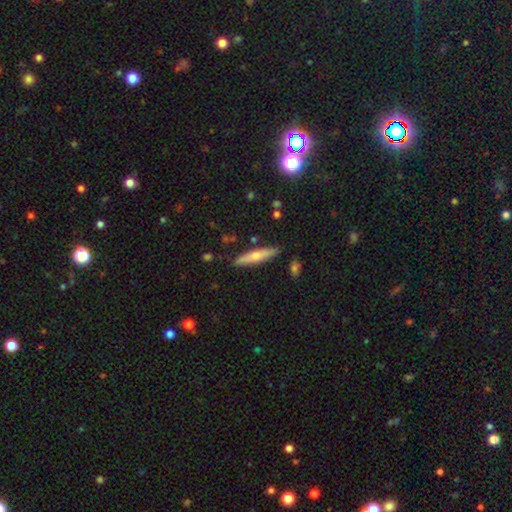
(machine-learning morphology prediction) Smooth or featured?
  - smooth: 54% *
  - featured or disk: 39%
  - star or artifact: 7%
How rounded?
  - cigar-shaped: 85% *
  - in between: 13%
  - round: 2%
Merging?
  - none: 87% *
  - minor disturbance: 9%
  - merger: 2%
  - major disturbance: 2%